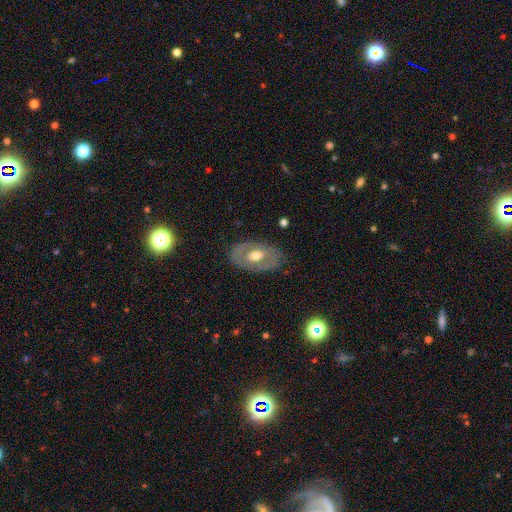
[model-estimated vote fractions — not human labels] This appears to be a featured or disk galaxy (54%). Merging: none (74%).